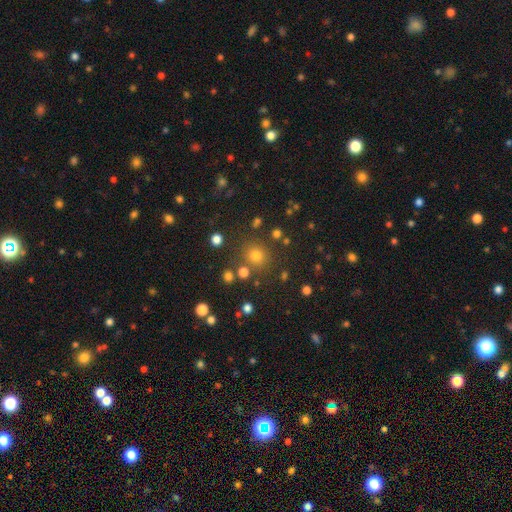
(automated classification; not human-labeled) smooth_or_featured: smooth (p=0.72) [alt: star or artifact p=0.22]
how_rounded: round (p=0.90) [alt: in between p=0.09]
merging: none (p=0.84) [alt: minor disturbance p=0.08]